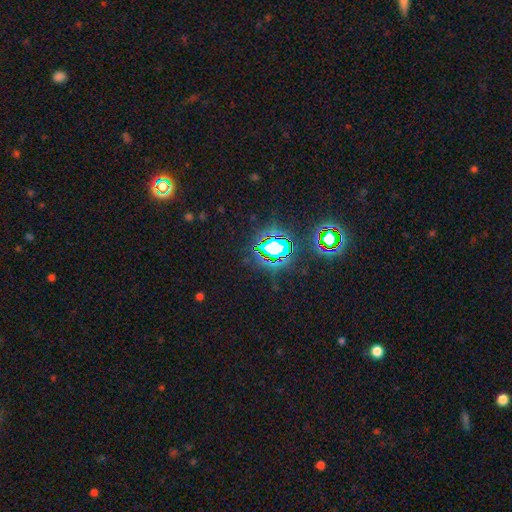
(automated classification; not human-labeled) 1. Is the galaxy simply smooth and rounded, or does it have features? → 81% star or artifact, 11% smooth, 8% featured or disk.